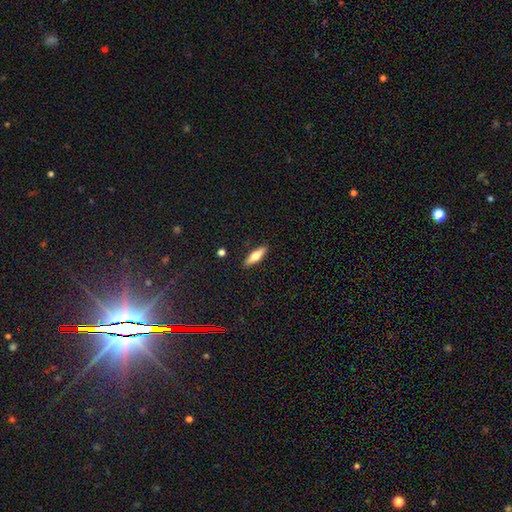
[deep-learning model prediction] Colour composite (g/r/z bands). It shows a smooth galaxy with no disk features (58%) that is cigar-shaped (54%). Merging: none (90%).